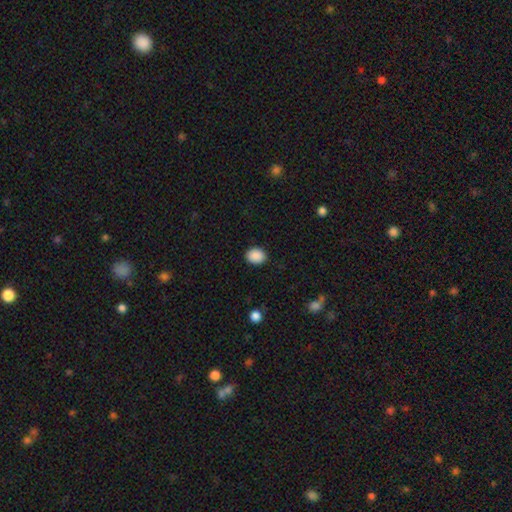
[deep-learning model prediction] This appears to be a smooth galaxy with no disk features (90%) that is in between round and cigar-shaped (51%). Merging: none (89%).